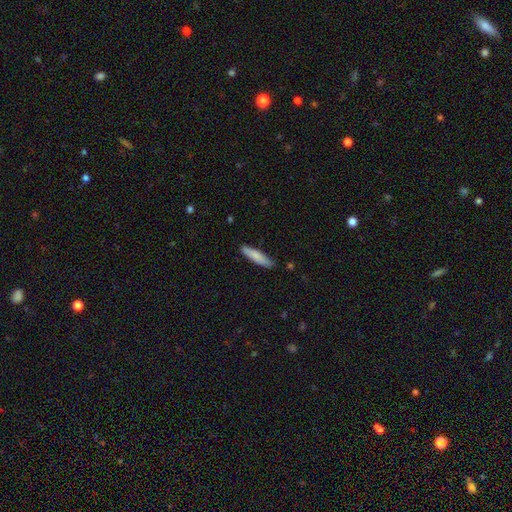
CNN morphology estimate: The model was most divided on "how rounded": cigar-shaped: 81%, in between: 18%, round: 1%. More confident: merging — none (82%); smooth or featured — smooth (81%).